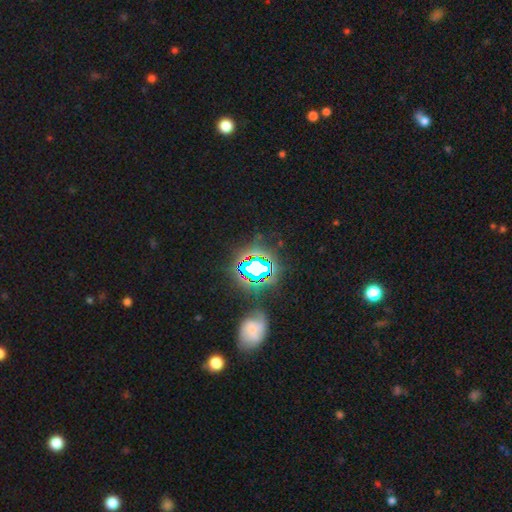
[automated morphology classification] smooth-or-featured: star or artifact: 76% | smooth: 15% | featured or disk: 9%